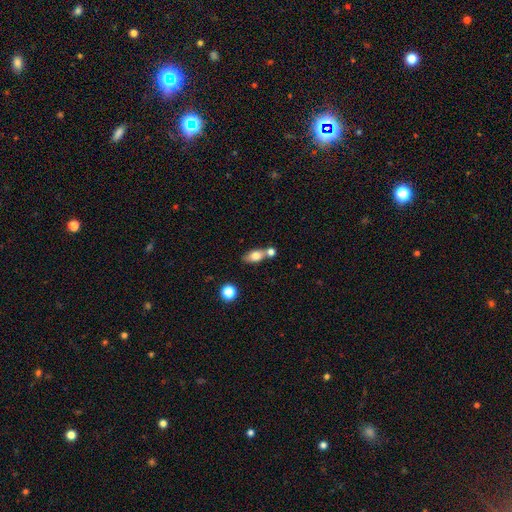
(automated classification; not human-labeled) The model was most divided on "merging": none: 52%, merger: 33%, minor disturbance: 12%, major disturbance: 4%. More confident: how rounded — in between (77%); smooth or featured — smooth (73%).